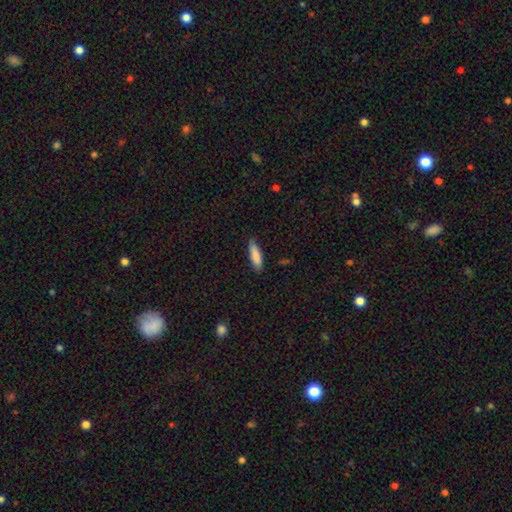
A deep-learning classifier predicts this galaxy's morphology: A smooth galaxy with no disk features (86%) that is cigar-shaped (63%).

Vote fractions:
- Smooth or featured? smooth: 86% / featured or disk: 8% / star or artifact: 6%
- How rounded? cigar-shaped: 63% / in between: 35% / round: 1%
- Merging? none: 82% / minor disturbance: 14% / major disturbance: 2% / merger: 1%